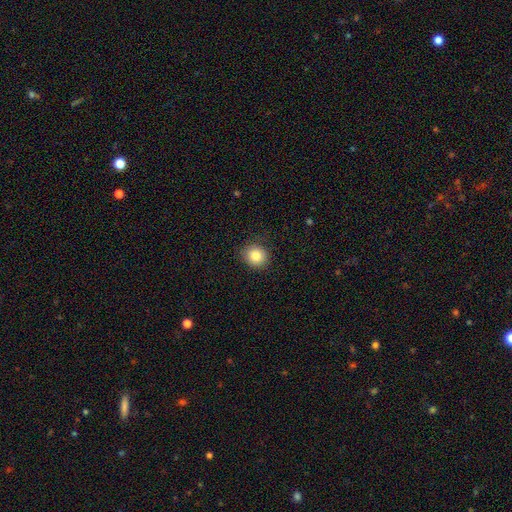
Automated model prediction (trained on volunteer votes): Overall: smooth (85%). How rounded: round (83%). Merging: none (86%).